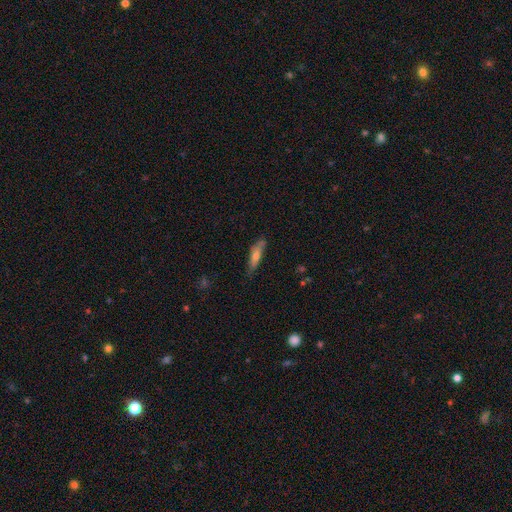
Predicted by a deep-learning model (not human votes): The model was most divided on "smooth or featured": smooth: 51%, featured or disk: 40%, star or artifact: 9%. More confident: how rounded — cigar-shaped (77%); merging — none (75%).